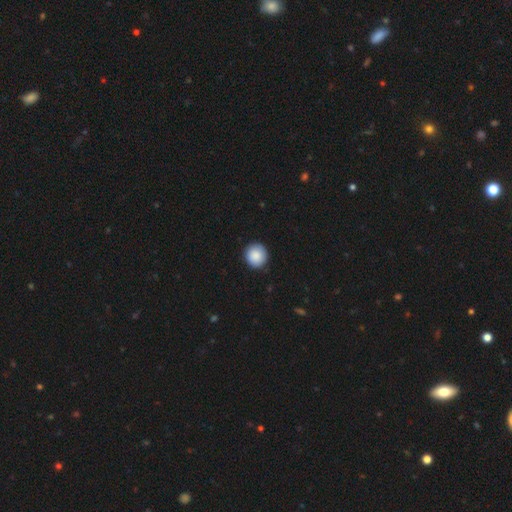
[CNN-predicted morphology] Overall: smooth (89%). How rounded: round (94%). Merging: none (92%).